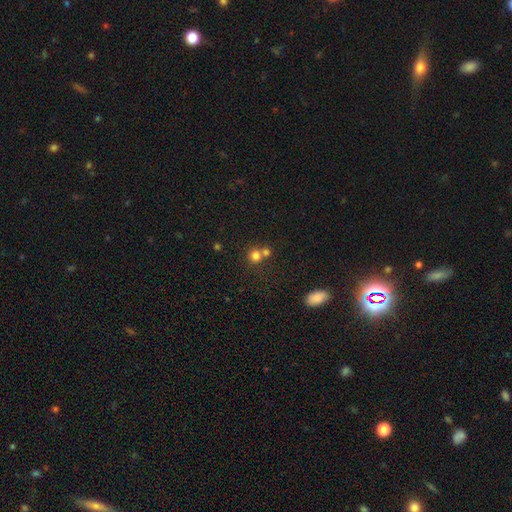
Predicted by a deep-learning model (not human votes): Smooth or featured: smooth — 77% (star or artifact — 14%)
How rounded: round — 87% (in between — 12%)
Merging: none — 49% (merger — 41%)